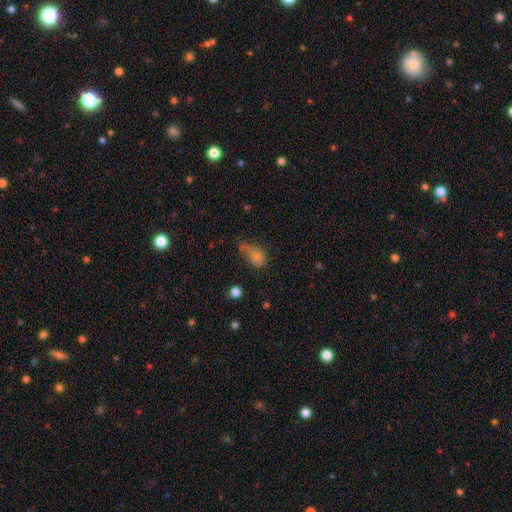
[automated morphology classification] This is likely a smooth galaxy (74%). How rounded: likely in between (76%). Merging: marginally none (33%).